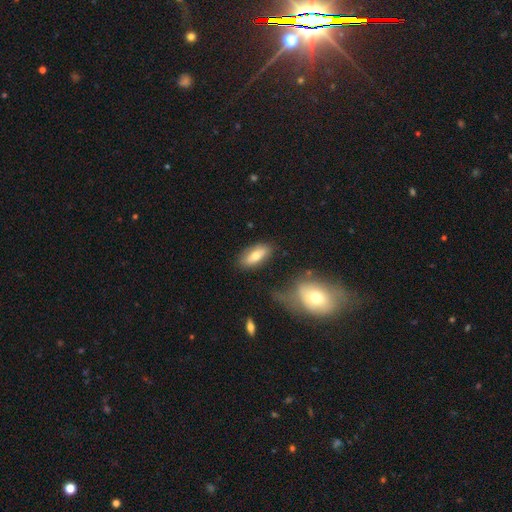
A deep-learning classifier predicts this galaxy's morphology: Smooth or featured?
  - smooth: 66% *
  - featured or disk: 27%
  - star or artifact: 7%
How rounded?
  - in between: 84% *
  - cigar-shaped: 13%
  - round: 3%
Merging?
  - none: 79% *
  - minor disturbance: 13%
  - major disturbance: 4%
  - merger: 4%